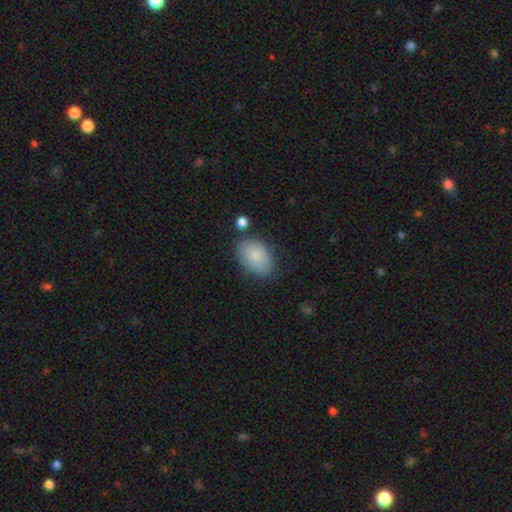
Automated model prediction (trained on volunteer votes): This appears to be a smooth galaxy with no disk features (83%) that is in between round and cigar-shaped (85%). Merging: none (75%).